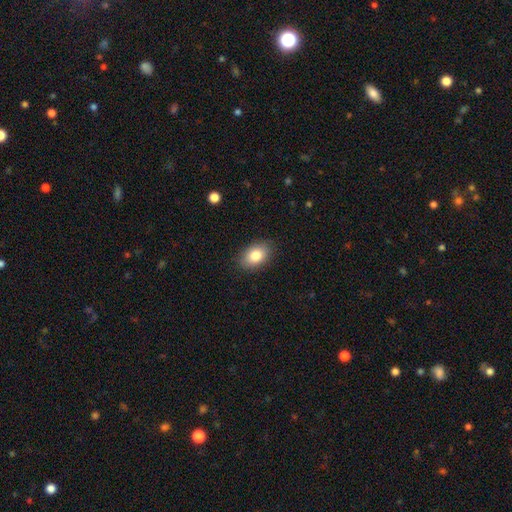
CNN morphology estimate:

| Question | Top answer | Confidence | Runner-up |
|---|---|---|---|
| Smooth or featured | smooth | 83% | featured or disk (10%) |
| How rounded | in between | 86% | round (12%) |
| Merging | none | 87% | minor disturbance (9%) |